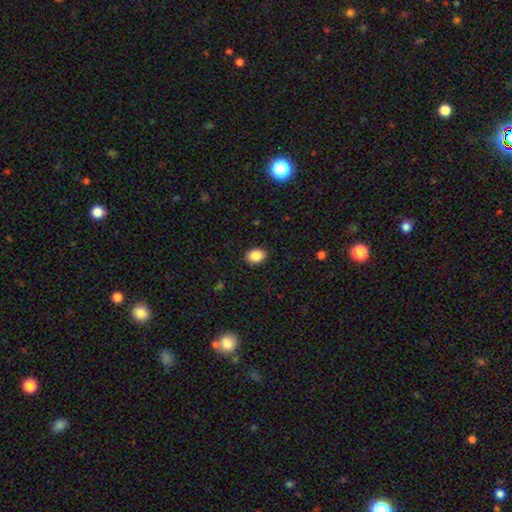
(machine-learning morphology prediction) Overall: smooth (88%). How rounded: in between (69%; round 30%). Merging: none (90%).